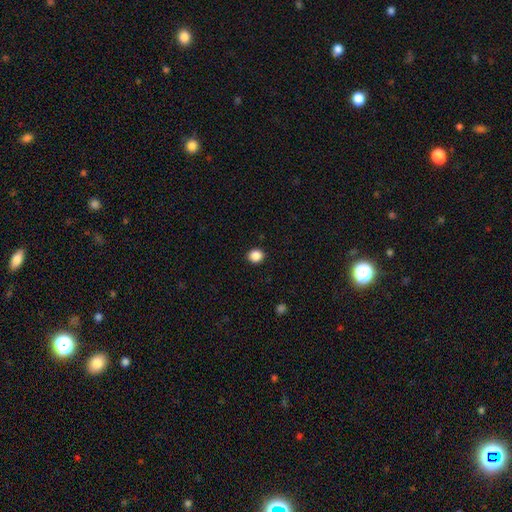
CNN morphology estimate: This appears to be a smooth galaxy with no disk features (87%) that is round (82%). Merging: none (92%).